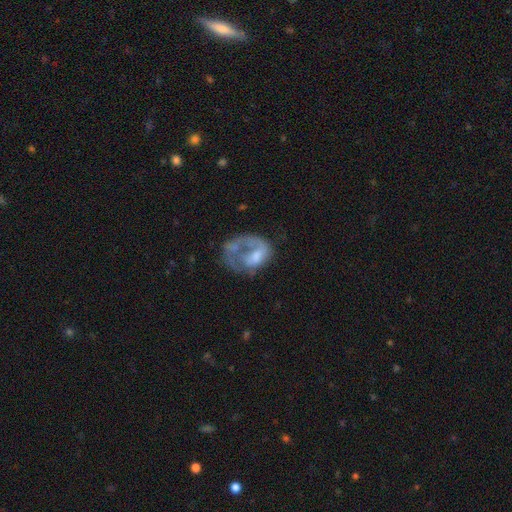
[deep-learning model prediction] Smooth or featured? Predicted: featured or disk (p=0.60). Edge-on disk? Predicted: no (p=0.98). Bar? Predicted: no (p=0.78). Spiral arms? Predicted: no (p=0.58). Bulge size? Predicted: moderate (p=0.36). Merging? Predicted: major disturbance (p=0.49).